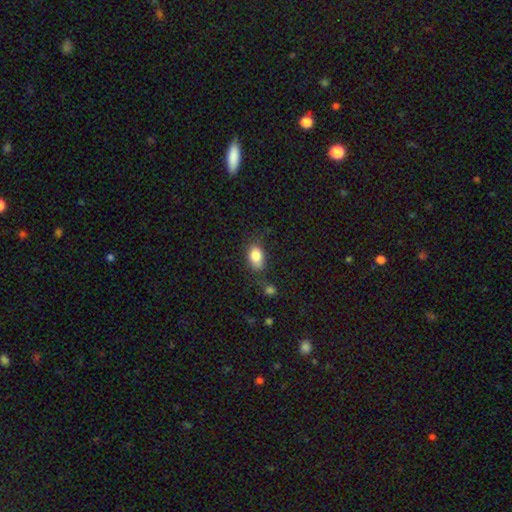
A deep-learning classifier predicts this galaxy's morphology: Smooth or featured? Predicted: smooth (p=0.84). How rounded? Predicted: in between (p=0.83). Merging? Predicted: none (p=0.69).